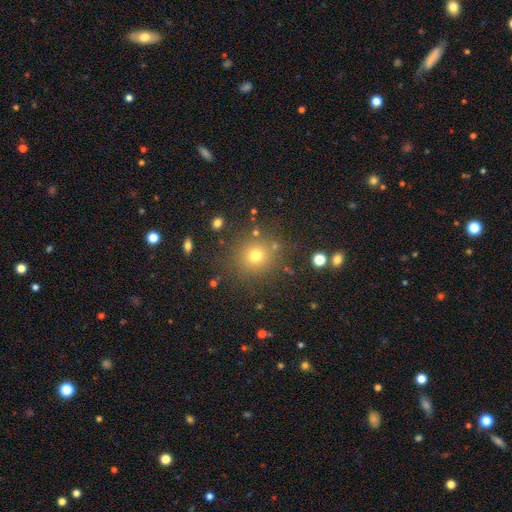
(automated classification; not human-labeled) Smooth or featured?
  - smooth: 70% *
  - star or artifact: 20%
  - featured or disk: 9%
How rounded?
  - round: 92% *
  - in between: 7%
  - cigar-shaped: 1%
Merging?
  - none: 84% *
  - minor disturbance: 8%
  - major disturbance: 4%
  - merger: 4%